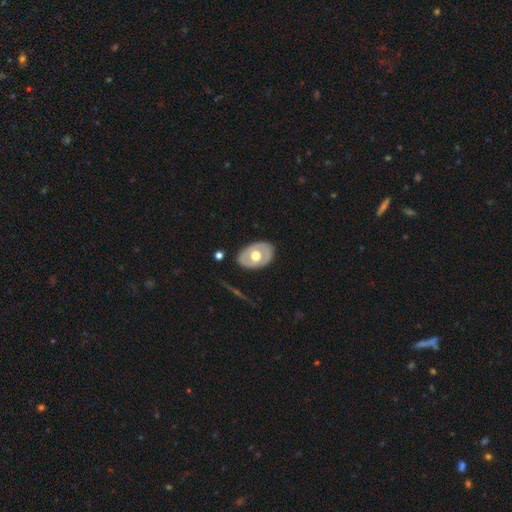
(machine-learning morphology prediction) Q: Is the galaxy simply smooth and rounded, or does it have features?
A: featured or disk — 52%.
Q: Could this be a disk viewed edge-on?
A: no — 89%.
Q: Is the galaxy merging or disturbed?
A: none — 81%.